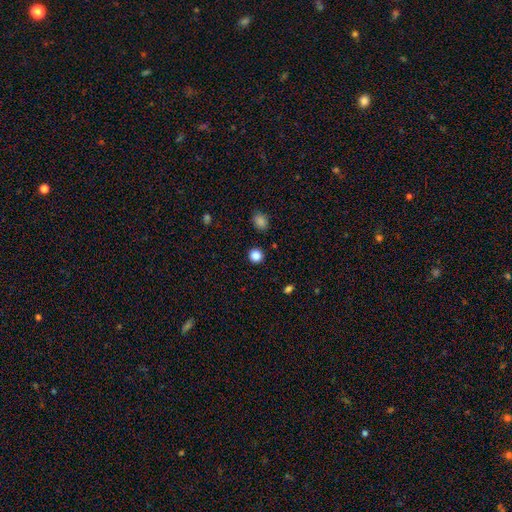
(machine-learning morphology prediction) The model was most divided on "smooth or featured": smooth: 85%, star or artifact: 12%, featured or disk: 3%. More confident: how rounded — round (92%); merging — none (91%).